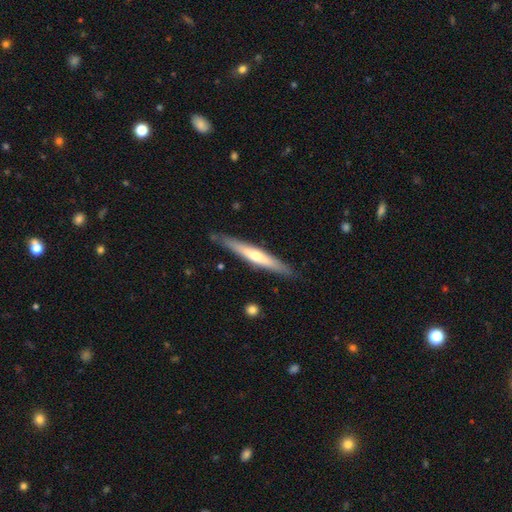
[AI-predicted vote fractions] Smooth or featured? featured or disk (58%)
Edge-on disk? yes (94%)
Edge-on bulge? rounded (76%)
Merging? none (88%)